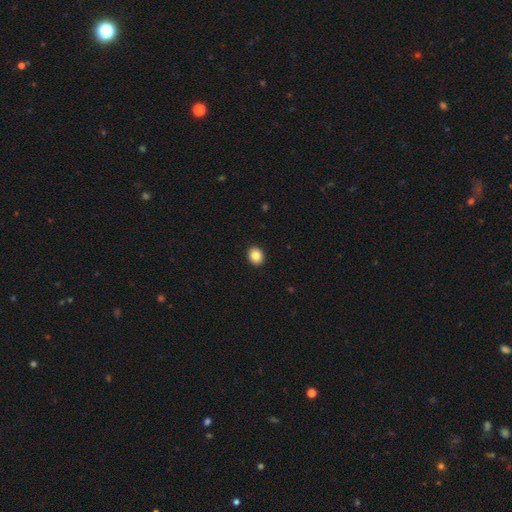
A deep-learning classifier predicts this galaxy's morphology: smooth_or_featured: smooth (p=0.85) [alt: star or artifact p=0.09]
how_rounded: round (p=0.64) [alt: in between p=0.35]
merging: none (p=0.93) [alt: minor disturbance p=0.05]